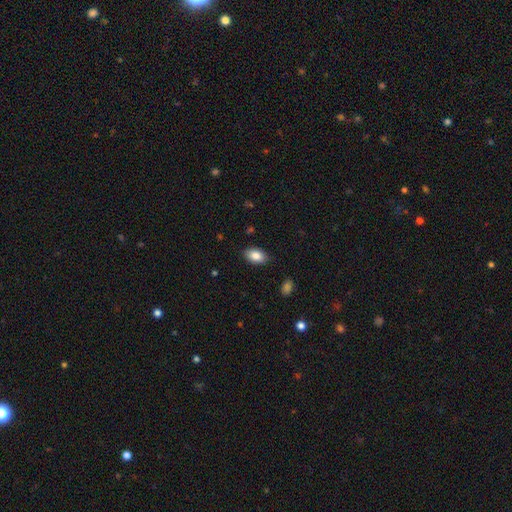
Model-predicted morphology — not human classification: type=smooth (86%); roundness=in between (90%); merging=none (86%).